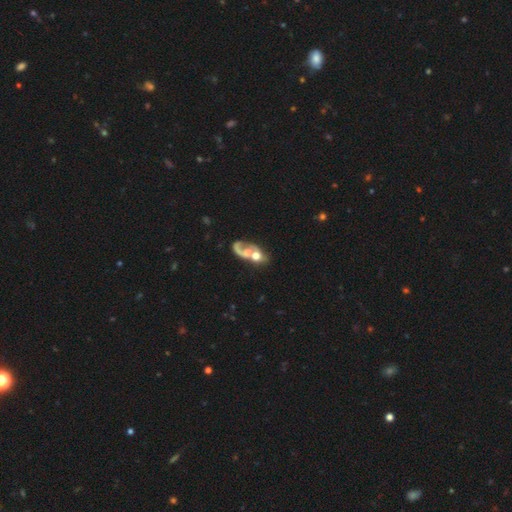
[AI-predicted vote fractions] The model was most divided on "spiral arms": no: 51%, yes: 49%. Remaining: edge-on disk — no (95%); bar — no (81%); smooth or featured — featured or disk (55%); bulge size — moderate (42%); merging — merger (40%).